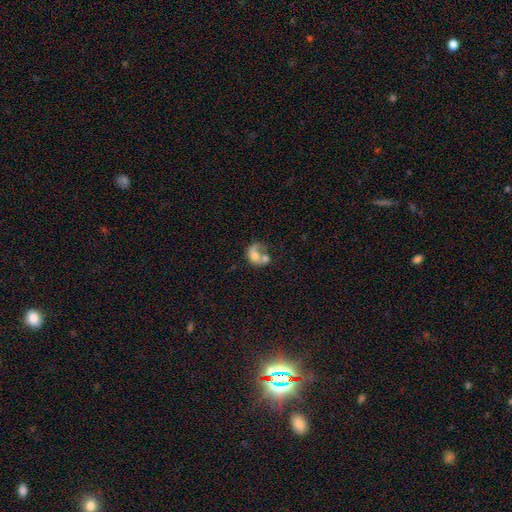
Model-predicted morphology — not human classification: This is possibly a smooth galaxy (55%). How rounded: possibly in between (58%). Merging: possibly merger (56%).